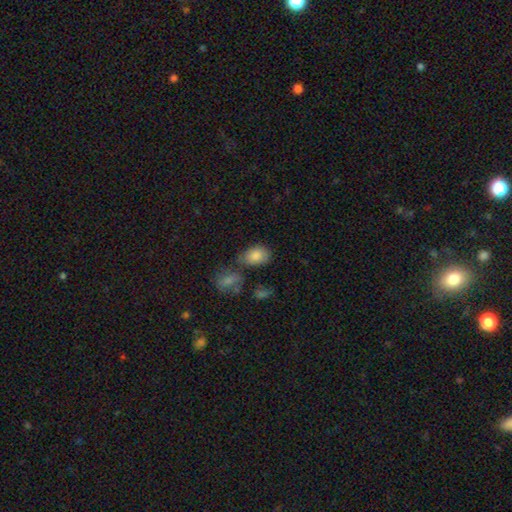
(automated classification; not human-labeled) The model was most divided on "merging": none: 57%, minor disturbance: 19%, merger: 18%, major disturbance: 6%. More confident: how rounded — in between (85%); smooth or featured — smooth (84%).